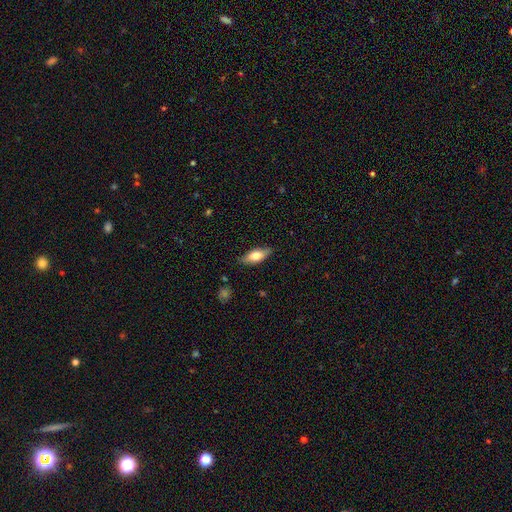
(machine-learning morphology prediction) smooth-or-featured: smooth: 68% | featured or disk: 25% | star or artifact: 6%
  how-rounded: in between: 77% | cigar-shaped: 21% | round: 3%
  merging: none: 81% | minor disturbance: 15% | major disturbance: 3% | merger: 1%